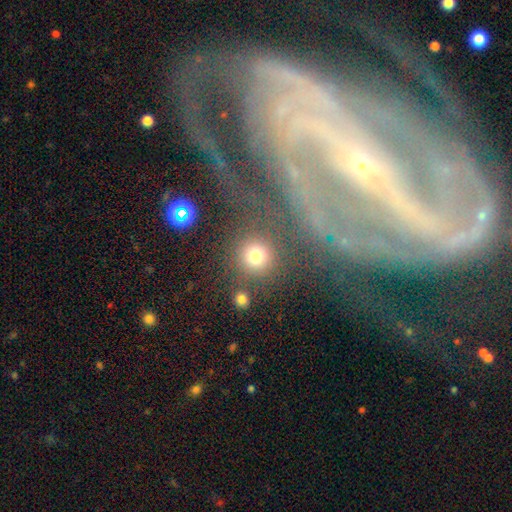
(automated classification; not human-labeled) A smooth galaxy with no disk features (76%) that is round (91%).

Vote fractions:
- Smooth or featured? smooth: 76% / star or artifact: 17% / featured or disk: 7%
- How rounded? round: 91% / in between: 8% / cigar-shaped: 1%
- Merging? none: 79% / minor disturbance: 9% / merger: 8% / major disturbance: 5%